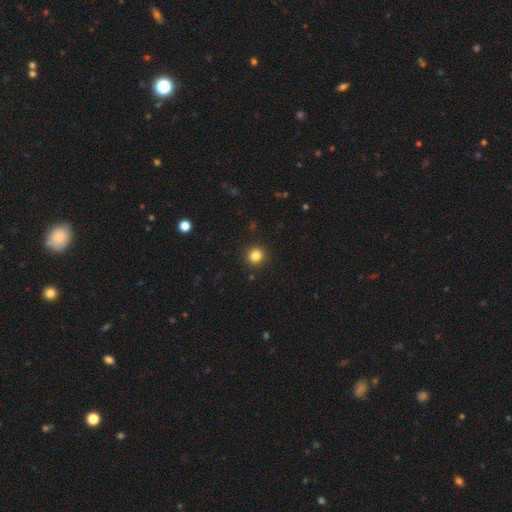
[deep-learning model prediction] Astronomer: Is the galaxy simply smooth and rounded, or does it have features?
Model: smooth — 84%.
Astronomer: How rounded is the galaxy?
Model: round — 93%.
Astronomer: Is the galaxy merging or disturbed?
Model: none — 92%.